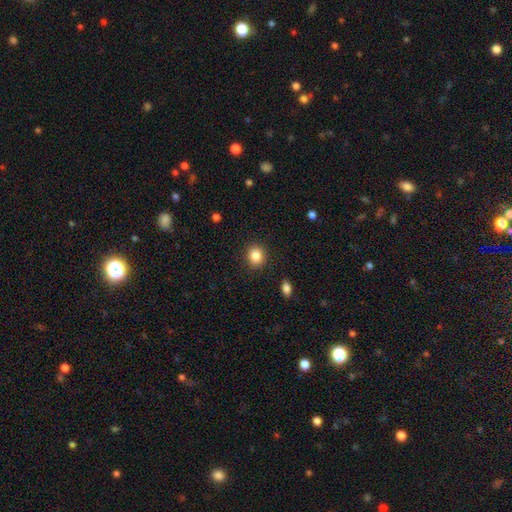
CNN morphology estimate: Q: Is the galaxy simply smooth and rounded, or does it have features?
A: smooth — 86%.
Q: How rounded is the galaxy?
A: round — 74%.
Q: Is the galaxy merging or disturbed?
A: none — 89%.